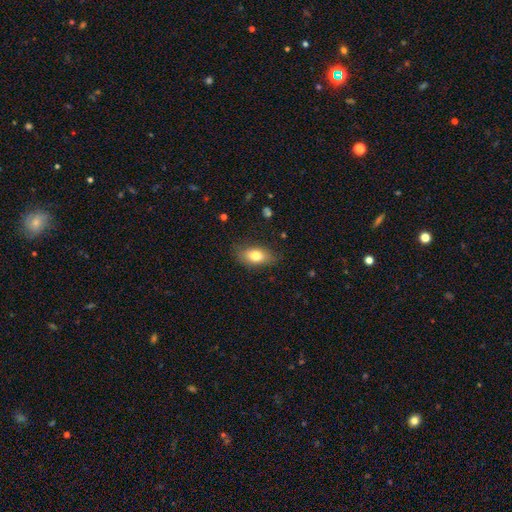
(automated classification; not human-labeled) smooth_or_featured: smooth (p=0.77) [alt: featured or disk p=0.15]
how_rounded: in between (p=0.86) [alt: round p=0.08]
merging: none (p=0.81) [alt: minor disturbance p=0.15]